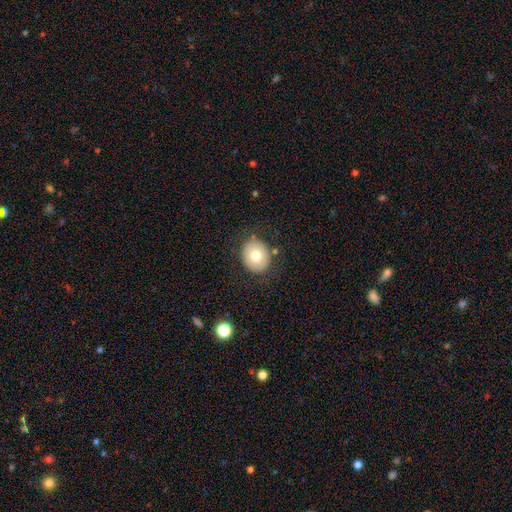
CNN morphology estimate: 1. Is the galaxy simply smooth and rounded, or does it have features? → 74% smooth, 17% featured or disk, 9% star or artifact.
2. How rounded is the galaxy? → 70% round, 29% in between, 1% cigar-shaped.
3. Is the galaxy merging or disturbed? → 82% none, 11% minor disturbance, 4% major disturbance, 2% merger.